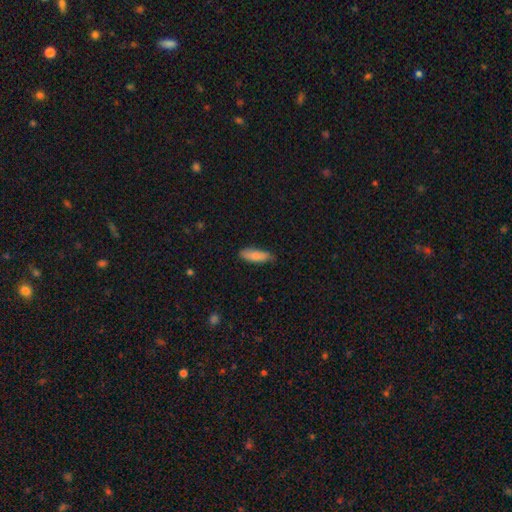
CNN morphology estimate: This is clearly a smooth galaxy (84%). How rounded: possibly in between (56%). Merging: likely none (76%).